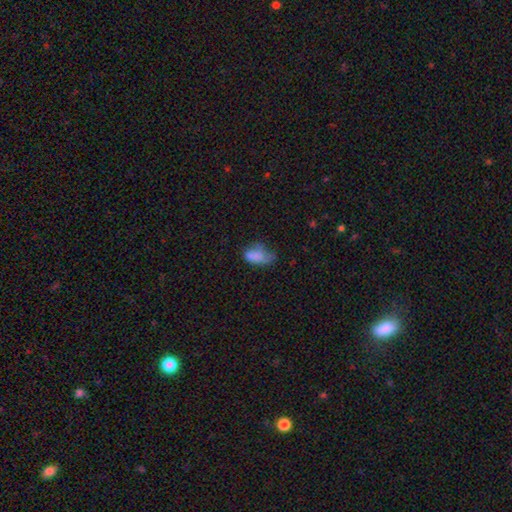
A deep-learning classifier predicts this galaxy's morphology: smooth 74%, featured or disk 15%, star or artifact 12%. Down the decision tree: how rounded — in between (89%); merging — minor disturbance (35%).